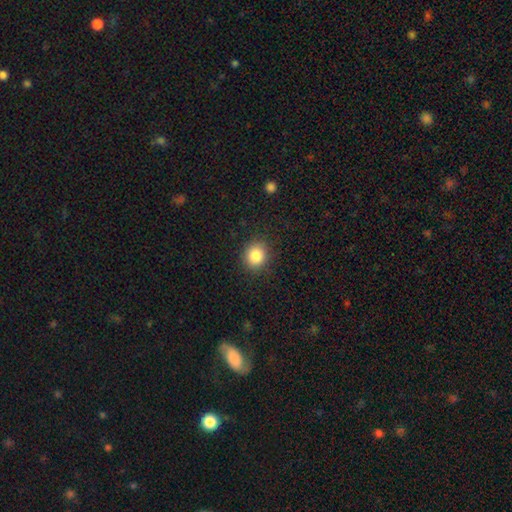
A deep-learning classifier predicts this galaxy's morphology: Overall: smooth (84%). How rounded: round (80%). Merging: none (89%).